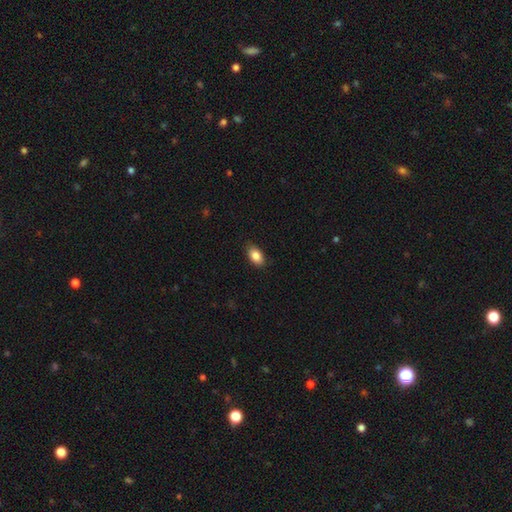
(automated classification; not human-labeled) Overall: smooth (86%). How rounded: in between (90%). Merging: none (85%).